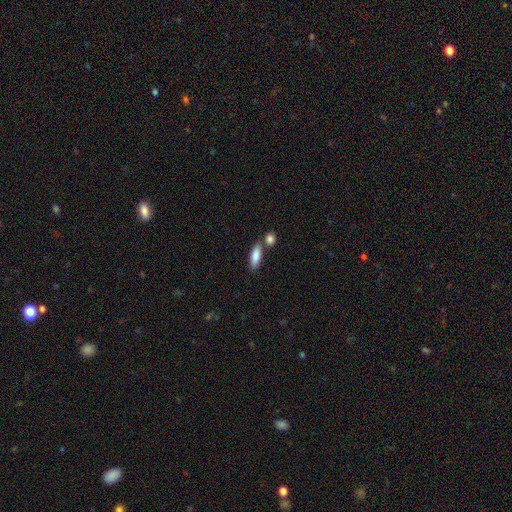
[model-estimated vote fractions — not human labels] This appears to be a smooth galaxy with no disk features (84%) that is in between round and cigar-shaped (64%). Merging: none (65%).